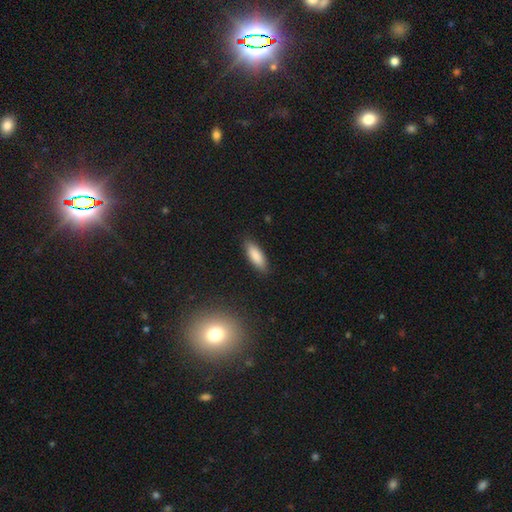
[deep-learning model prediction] Smooth or featured? smooth (86%)
How rounded? in between (60%)
Merging? none (87%)